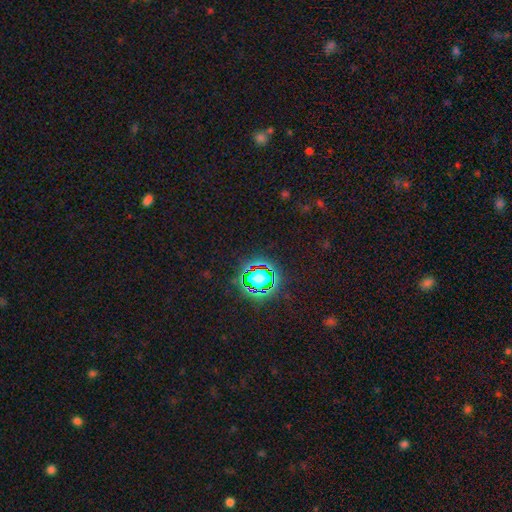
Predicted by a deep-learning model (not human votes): A star or artifact, not a galaxy (80%).